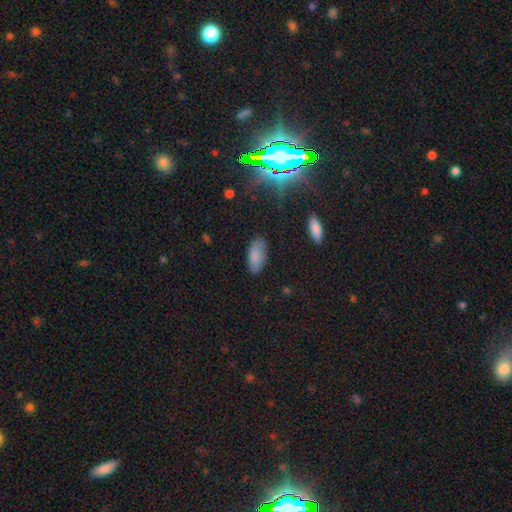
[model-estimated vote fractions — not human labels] Overall: smooth (85%). How rounded: in between (89%). Merging: none (80%).